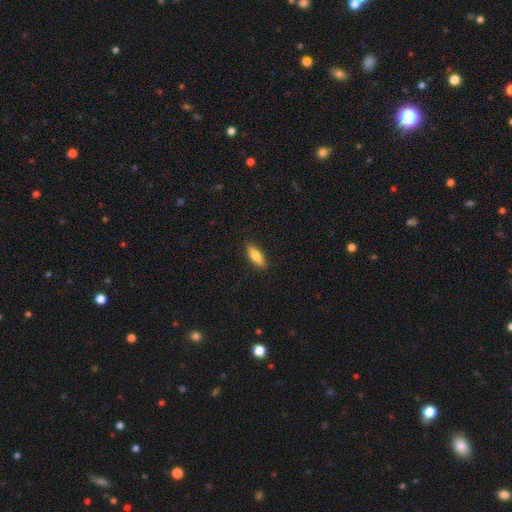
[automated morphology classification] Smooth or featured?
  - smooth: 81% *
  - featured or disk: 13%
  - star or artifact: 6%
How rounded?
  - in between: 59% *
  - cigar-shaped: 39%
  - round: 2%
Merging?
  - none: 88% *
  - minor disturbance: 9%
  - major disturbance: 2%
  - merger: 1%